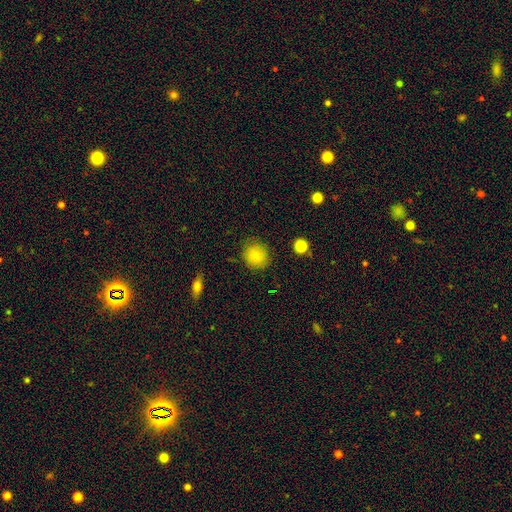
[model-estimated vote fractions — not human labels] Smooth or featured?
  - smooth: 84% *
  - star or artifact: 10%
  - featured or disk: 7%
How rounded?
  - round: 86% *
  - in between: 13%
  - cigar-shaped: 1%
Merging?
  - none: 84% *
  - minor disturbance: 11%
  - major disturbance: 3%
  - merger: 1%